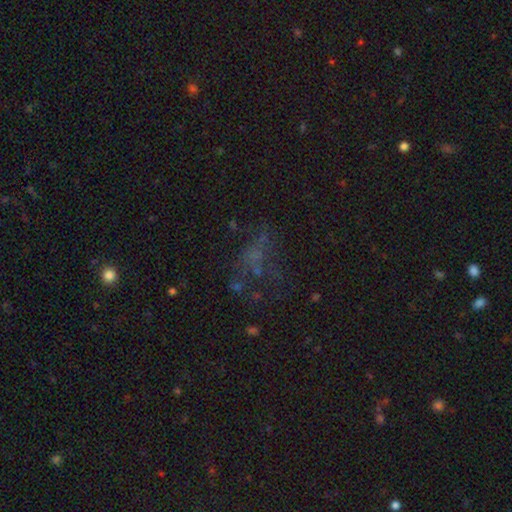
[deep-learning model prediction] Smooth or featured: featured or disk — 35% (tied with star or artifact — 35%)
Merging: none — 46% (major disturbance — 30%)